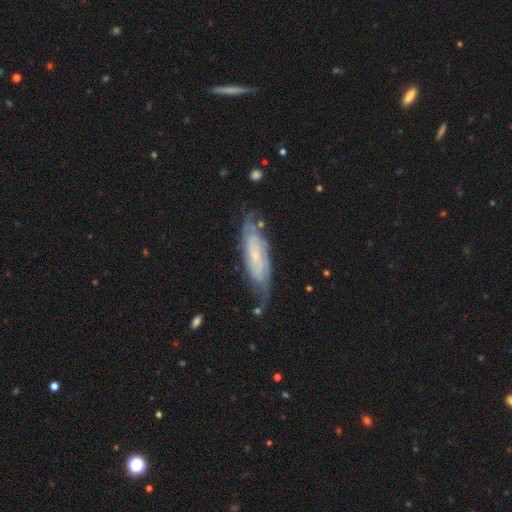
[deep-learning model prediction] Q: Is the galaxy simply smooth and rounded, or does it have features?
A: featured or disk — 66%.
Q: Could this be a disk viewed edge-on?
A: no — 78%.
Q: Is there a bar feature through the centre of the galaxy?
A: no — 60%.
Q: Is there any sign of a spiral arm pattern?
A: yes — 88%.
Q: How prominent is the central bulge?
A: small — 64%.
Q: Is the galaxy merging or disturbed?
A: none — 66%.